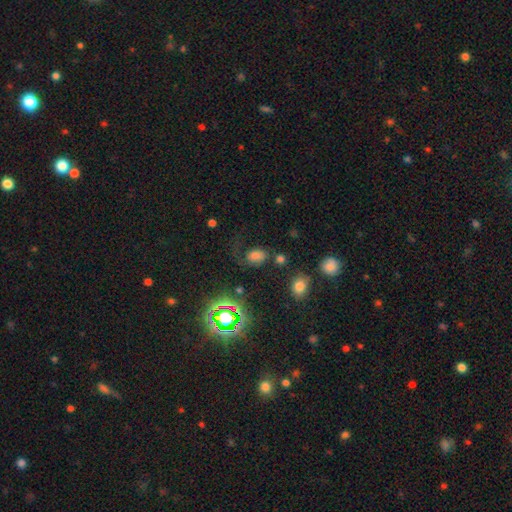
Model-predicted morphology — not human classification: Overall: smooth (60%; star or artifact 22%). How rounded: in between (76%). Merging: none (49%; major disturbance 25%).